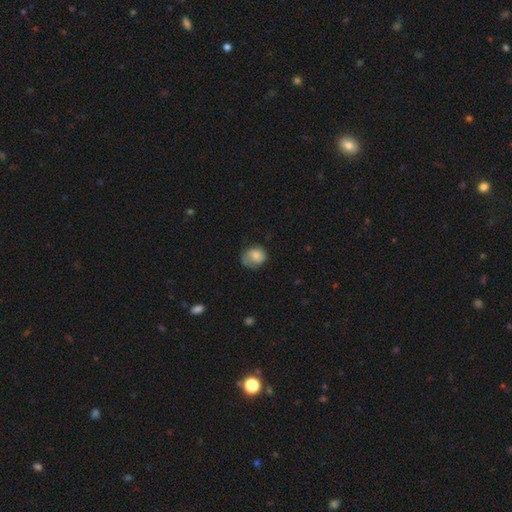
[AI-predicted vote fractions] A smooth galaxy with no disk features (67%) that is round (67%).

Vote fractions:
- Smooth or featured? smooth: 67% / featured or disk: 25% / star or artifact: 8%
- How rounded? round: 67% / in between: 32% / cigar-shaped: 1%
- Merging? none: 53% / minor disturbance: 30% / major disturbance: 15% / merger: 2%